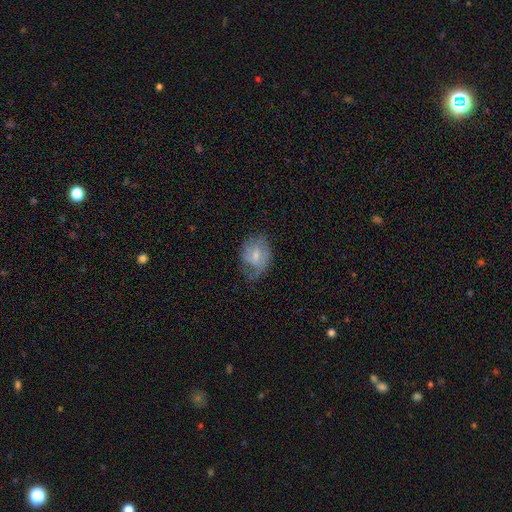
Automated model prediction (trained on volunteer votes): Smooth or featured: featured or disk — 48% (smooth — 45%)
Merging: none — 47% (minor disturbance — 32%)